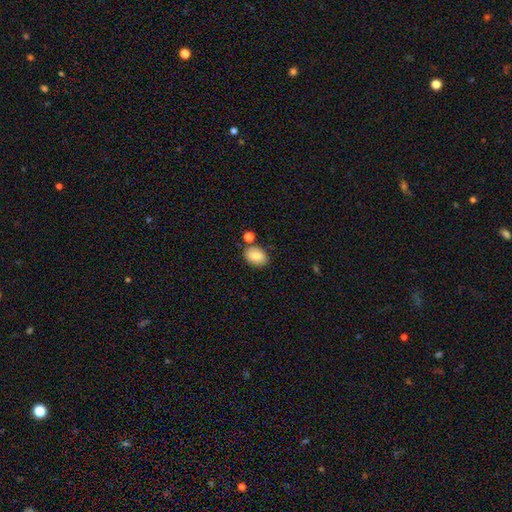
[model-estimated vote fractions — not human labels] The model was most divided on "how rounded": in between: 79%, round: 20%, cigar-shaped: 1%. More confident: smooth or featured — smooth (84%); merging — none (77%).